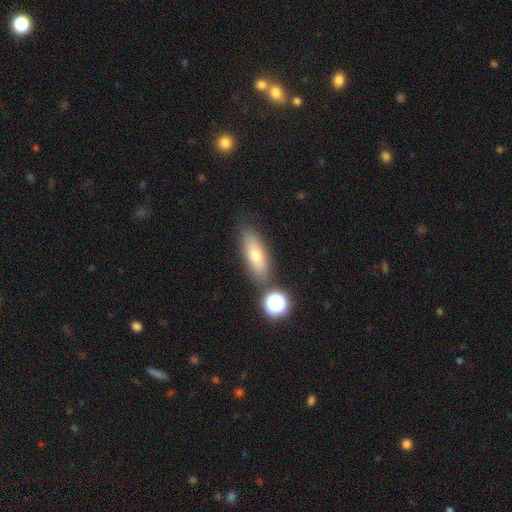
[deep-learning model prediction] Q: Smooth or featured?
A: smooth (67%); runner-up: featured or disk (22%)
Q: How rounded?
A: in between (59%); runner-up: cigar-shaped (36%)
Q: Merging?
A: none (77%); runner-up: minor disturbance (13%)